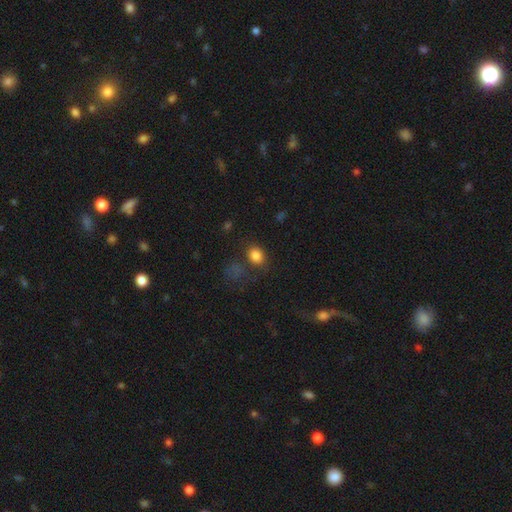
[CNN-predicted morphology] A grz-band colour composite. It shows a smooth galaxy with no disk features (83%) that is in between round and cigar-shaped (55%). Merging: none (68%).